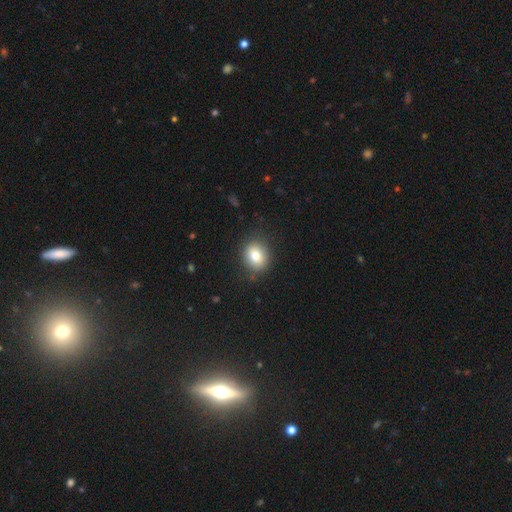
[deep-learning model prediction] Q: Smooth or featured?
A: smooth (79%); runner-up: featured or disk (11%)
Q: How rounded?
A: round (61%); runner-up: in between (38%)
Q: Merging?
A: none (85%); runner-up: minor disturbance (11%)